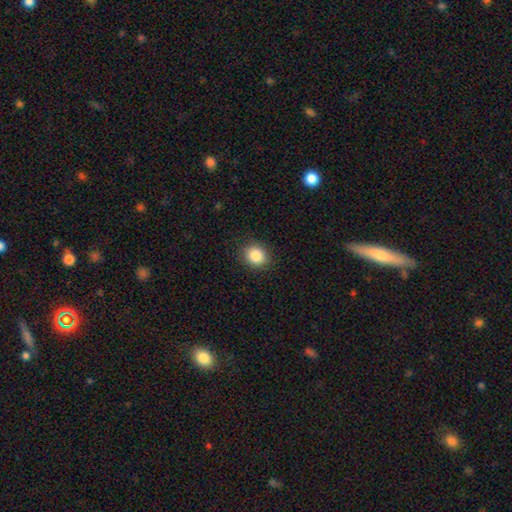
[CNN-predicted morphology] This is clearly a smooth galaxy (85%). How rounded: likely round (74%). Merging: clearly none (89%).